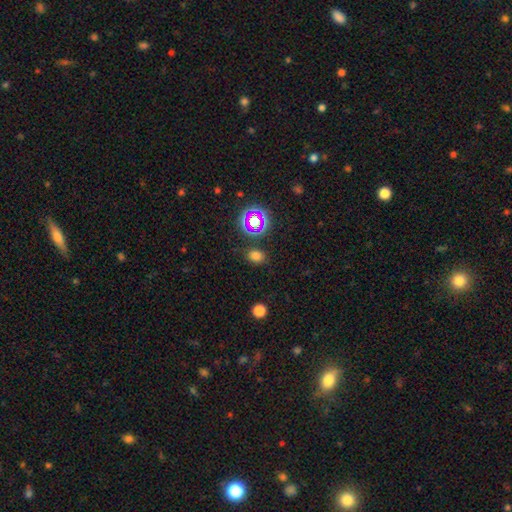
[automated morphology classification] smooth_or_featured: smooth (p=0.71) [alt: star or artifact p=0.22]
how_rounded: in between (p=0.59) [alt: round p=0.40]
merging: none (p=0.81) [alt: minor disturbance p=0.12]